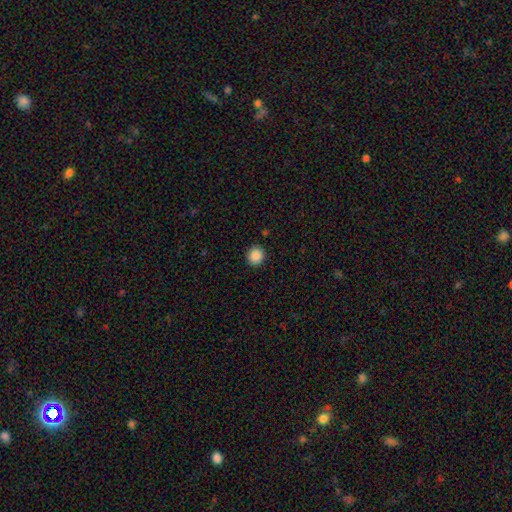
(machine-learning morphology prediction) Overall: smooth (88%). How rounded: round (88%). Merging: none (91%).